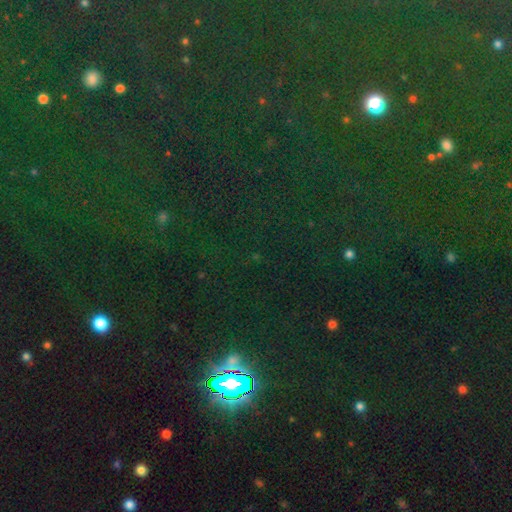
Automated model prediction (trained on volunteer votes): Q: Smooth or featured?
A: star or artifact (83%); runner-up: smooth (10%)